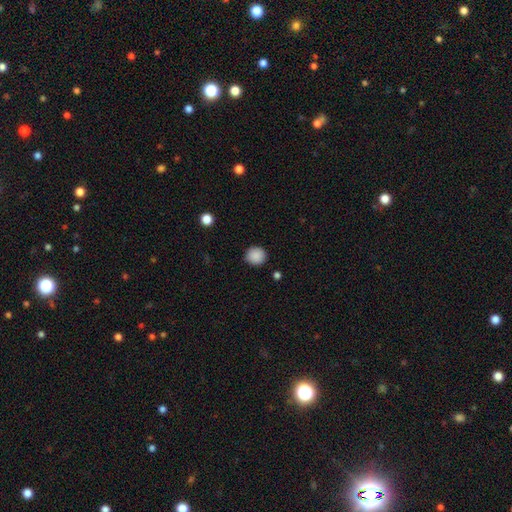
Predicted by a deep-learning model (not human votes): smooth_or_featured: smooth (p=0.89) [alt: star or artifact p=0.09]
how_rounded: round (p=0.90) [alt: in between p=0.09]
merging: none (p=0.89) [alt: minor disturbance p=0.08]